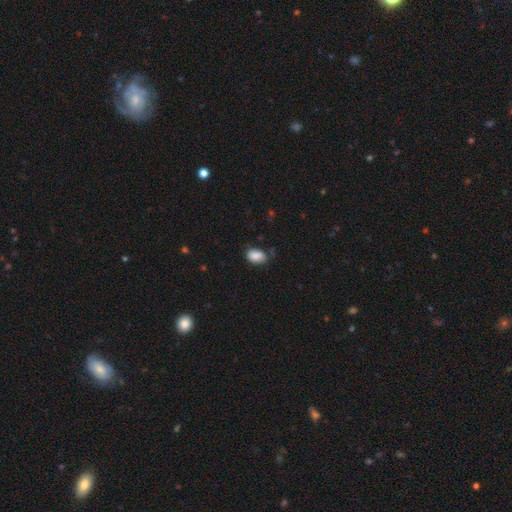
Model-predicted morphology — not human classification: smooth 85%, star or artifact 8%, featured or disk 7%. Down the decision tree: how rounded — in between (86%); merging — none (66%).